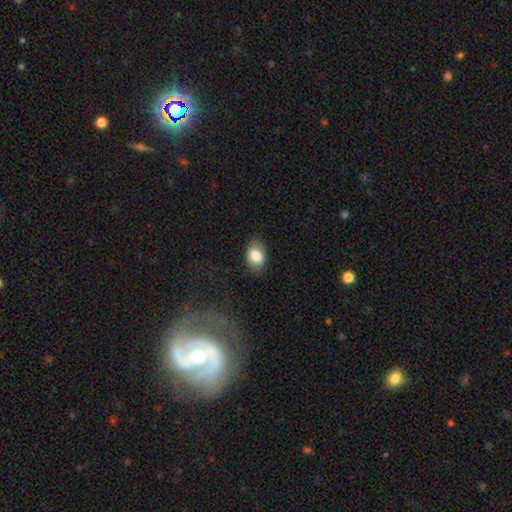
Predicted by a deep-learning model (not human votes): A smooth galaxy with no disk features (82%) that is in between round and cigar-shaped (80%). Merging: none (82%).